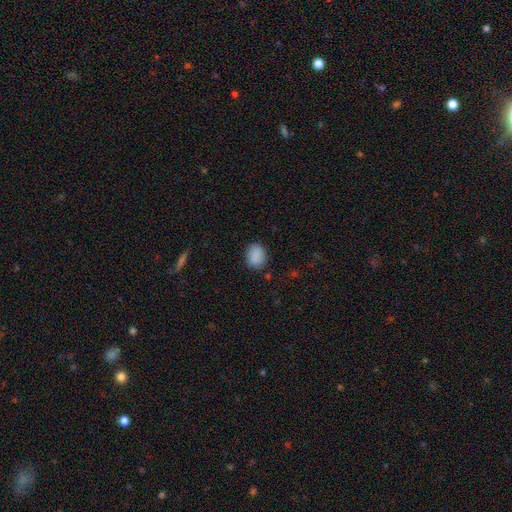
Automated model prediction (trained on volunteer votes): smooth_or_featured: smooth (p=0.87) [alt: star or artifact p=0.08]
how_rounded: round (p=0.51) [alt: in between p=0.48]
merging: none (p=0.82) [alt: minor disturbance p=0.13]